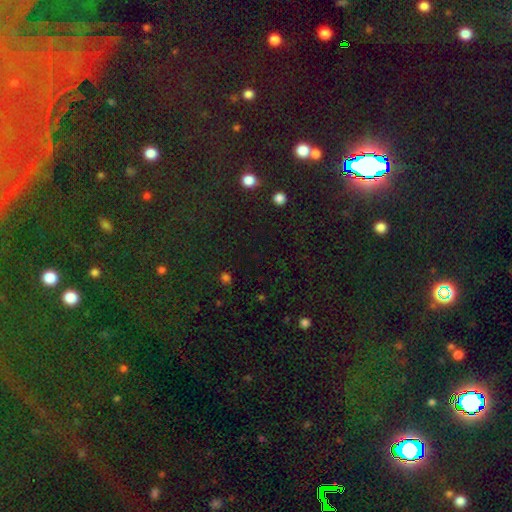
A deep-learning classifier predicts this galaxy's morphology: This appears to be a star or artifact, not a galaxy (59%).